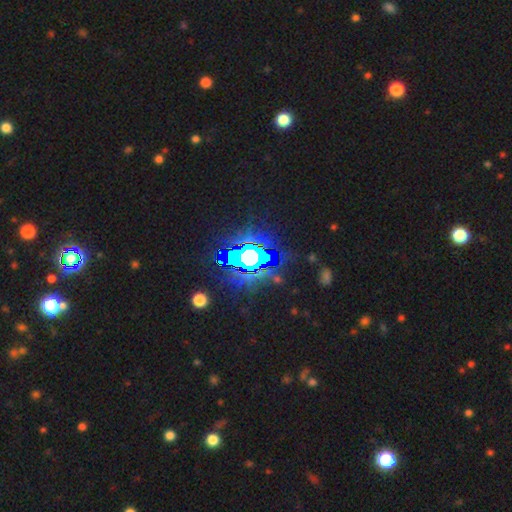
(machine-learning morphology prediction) This is likely a star or artifact rather than a galaxy (66%).